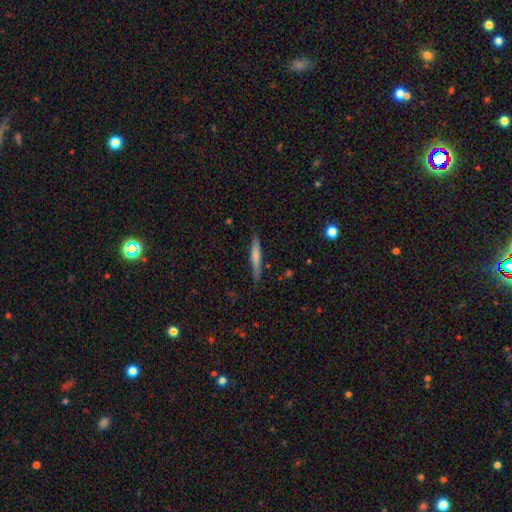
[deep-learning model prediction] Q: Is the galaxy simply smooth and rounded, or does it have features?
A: smooth — 65%.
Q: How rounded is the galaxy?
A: cigar-shaped — 94%.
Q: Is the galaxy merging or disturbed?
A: none — 87%.